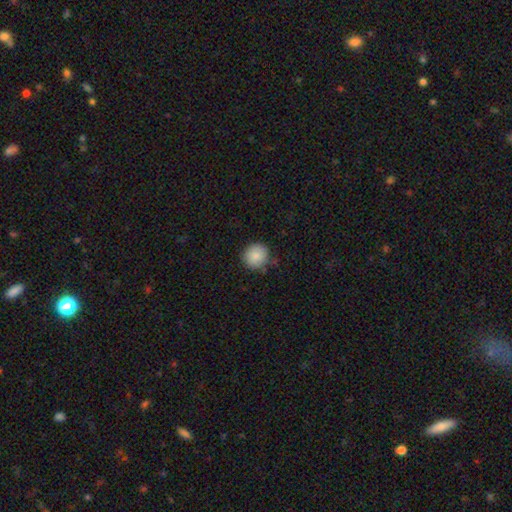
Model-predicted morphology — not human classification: The model was most divided on "merging": none: 82%, minor disturbance: 14%, major disturbance: 3%, merger: 2%. More confident: how rounded — round (91%); smooth or featured — smooth (87%).